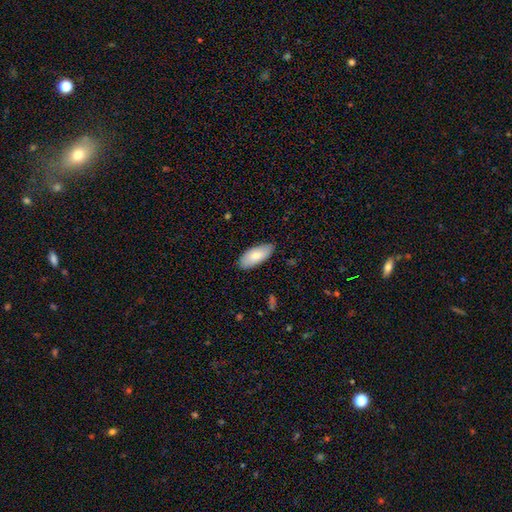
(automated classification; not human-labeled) A smooth galaxy with no disk features (80%) that is in between round and cigar-shaped (90%).

Vote fractions:
- Smooth or featured? smooth: 80% / featured or disk: 14% / star or artifact: 6%
- How rounded? in between: 90% / cigar-shaped: 8% / round: 2%
- Merging? none: 86% / minor disturbance: 11% / major disturbance: 2% / merger: 1%